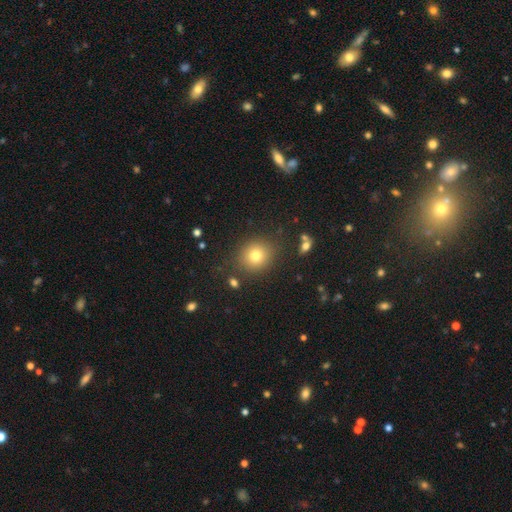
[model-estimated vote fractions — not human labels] A smooth galaxy with no disk features (78%) that is round (79%). Merging: none (84%).